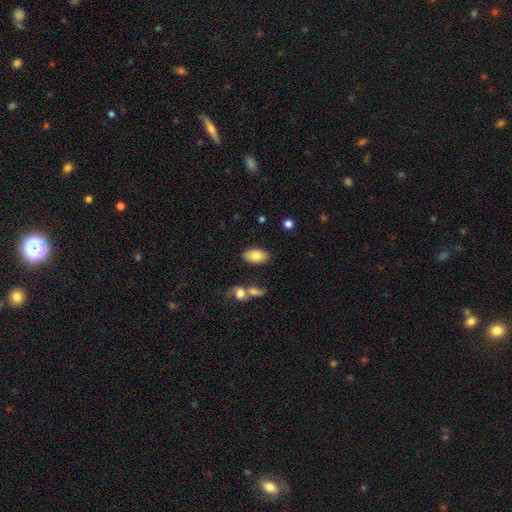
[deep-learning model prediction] smooth 80%, featured or disk 13%, star or artifact 7%. Down the decision tree: how rounded — in between (94%); merging — none (80%).